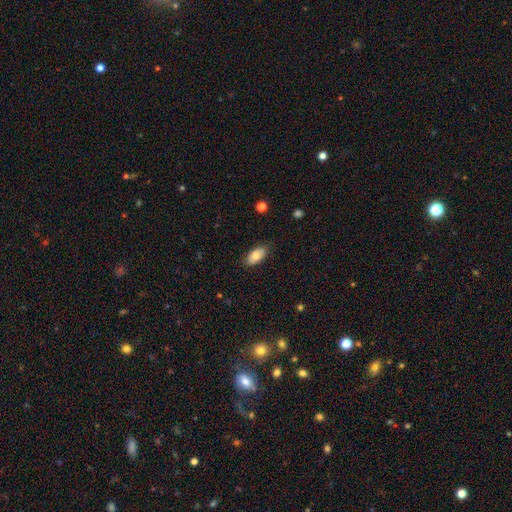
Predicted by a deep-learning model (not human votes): Overall: smooth (79%). How rounded: in between (93%). Merging: none (80%).